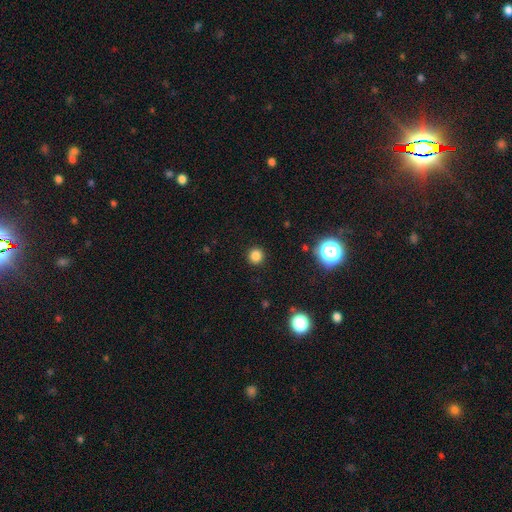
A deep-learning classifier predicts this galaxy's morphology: Overall: smooth (82%). How rounded: round (95%). Merging: none (92%).